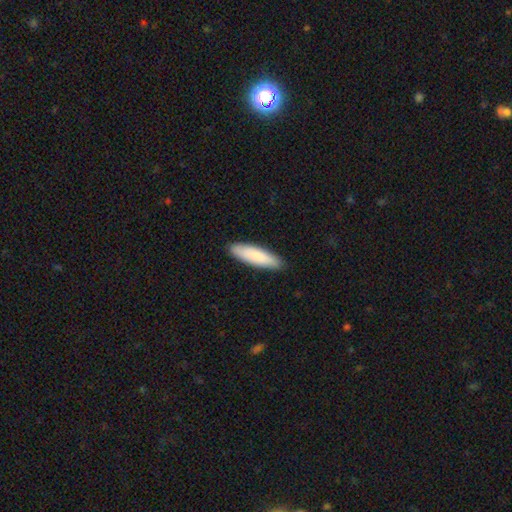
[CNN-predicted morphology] Smooth or featured? Predicted: smooth (p=0.86). How rounded? Predicted: cigar-shaped (p=0.66). Merging? Predicted: none (p=0.90).